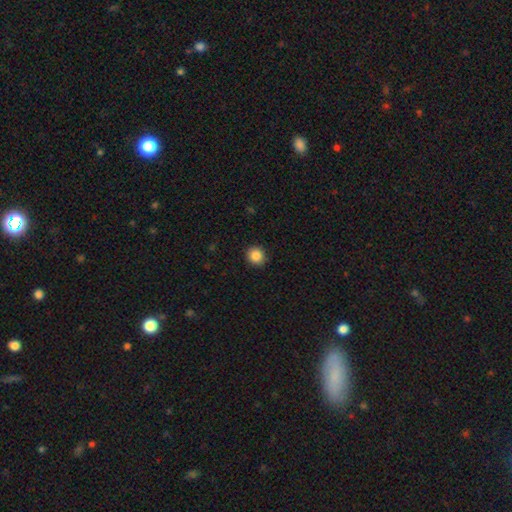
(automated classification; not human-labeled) This appears to be a smooth galaxy with no disk features (86%) that is round (89%). Merging: none (91%).